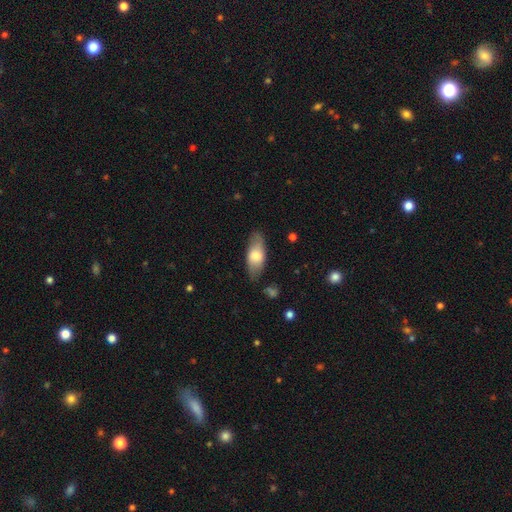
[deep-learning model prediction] smooth-or-featured: smooth: 69% | featured or disk: 25% | star or artifact: 6%
  how-rounded: in between: 81% | cigar-shaped: 16% | round: 3%
  merging: none: 80% | minor disturbance: 15% | major disturbance: 3% | merger: 2%